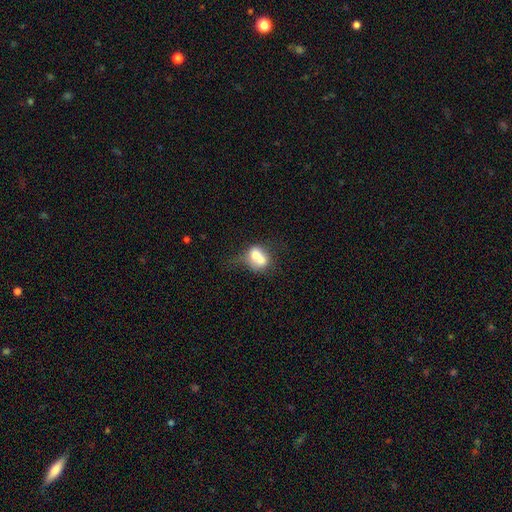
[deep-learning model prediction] A smooth galaxy with no disk features (62%) that is in between round and cigar-shaped (53%).

Vote fractions:
- Smooth or featured? smooth: 62% / featured or disk: 29% / star or artifact: 9%
- How rounded? in between: 53% / round: 45% / cigar-shaped: 2%
- Merging? merger: 63% / none: 20% / minor disturbance: 10% / major disturbance: 7%